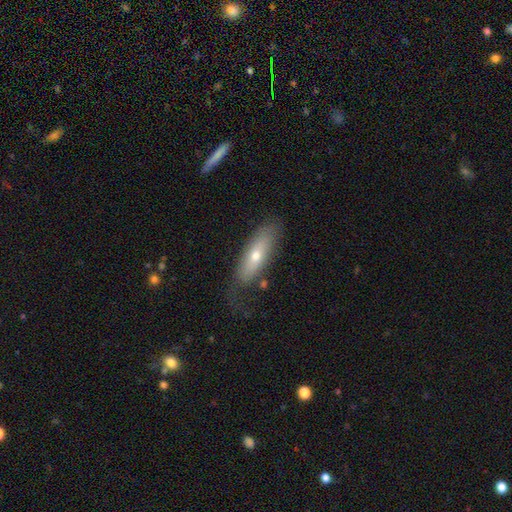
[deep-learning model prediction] A smooth galaxy with no disk features (48%).

Vote fractions:
- Smooth or featured? smooth: 48% / featured or disk: 42% / star or artifact: 10%
- Merging? none: 58% / minor disturbance: 26% / major disturbance: 14% / merger: 2%